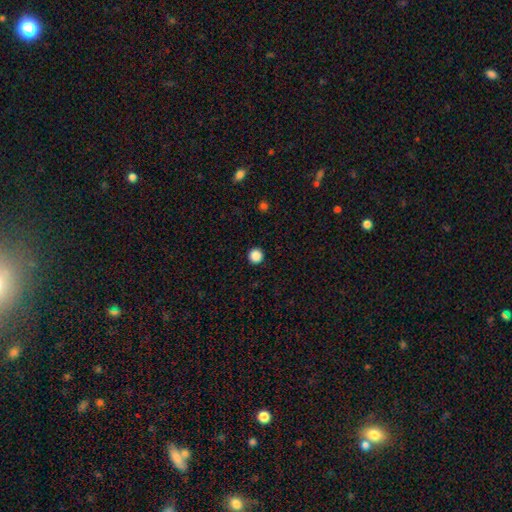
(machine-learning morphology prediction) Smooth or featured: smooth — 88% (star or artifact — 10%)
How rounded: round — 96% (in between — 3%)
Merging: none — 94% (minor disturbance — 4%)